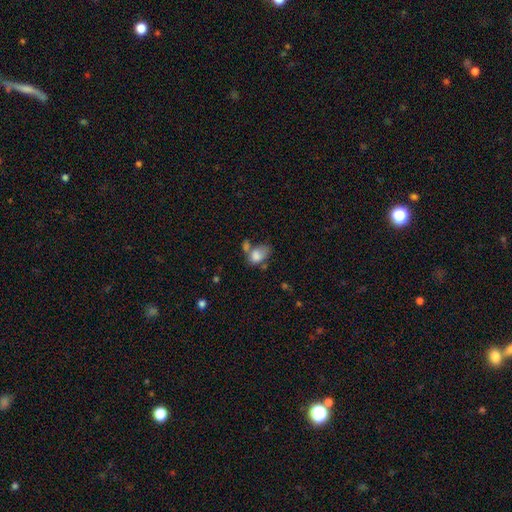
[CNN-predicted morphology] smooth_or_featured: smooth (p=0.76) [alt: featured or disk p=0.14]
how_rounded: in between (p=0.80) [alt: round p=0.18]
merging: merger (p=0.40) [alt: none p=0.24]